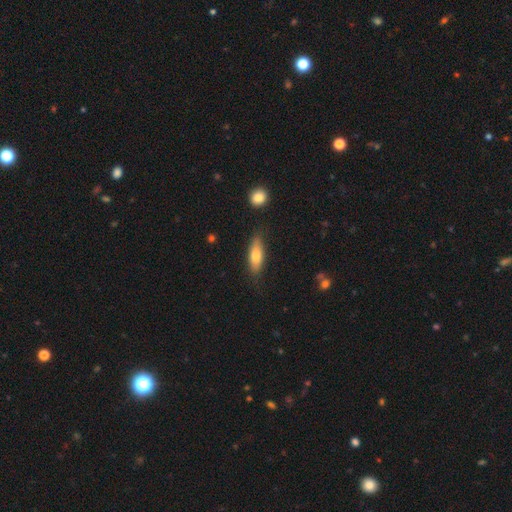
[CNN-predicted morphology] This appears to be a smooth galaxy with no disk features (70%) that is in between round and cigar-shaped (55%). Merging: none (76%).